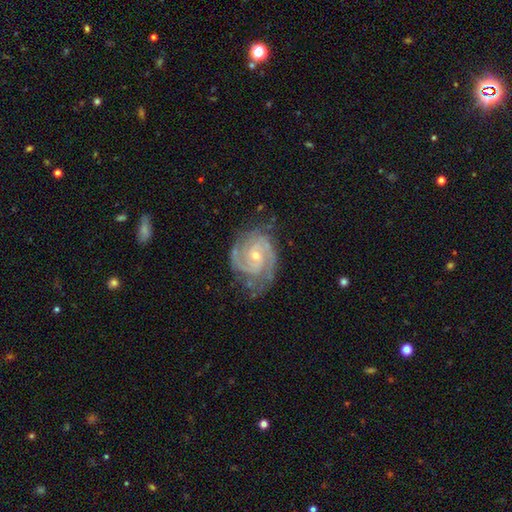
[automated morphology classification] Overall: featured or disk (91%). Edge-on disk: no (98%). Bar: no (57%; weak 34%). Spiral arms: yes (98%). Spiral arm count: 2 (60%). Spiral winding: tight (57%; medium 37%). Bulge size: small (65%; moderate 32%). Merging: none (71%).